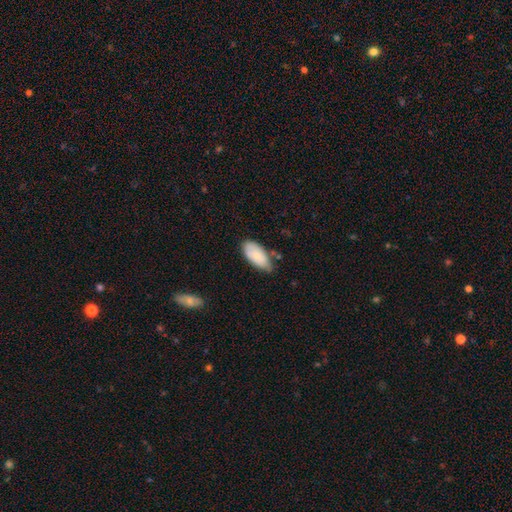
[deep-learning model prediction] smooth-or-featured: smooth: 81% | featured or disk: 12% | star or artifact: 6%
  how-rounded: in between: 93% | cigar-shaped: 5% | round: 2%
  merging: none: 62% | minor disturbance: 30% | major disturbance: 5% | merger: 4%